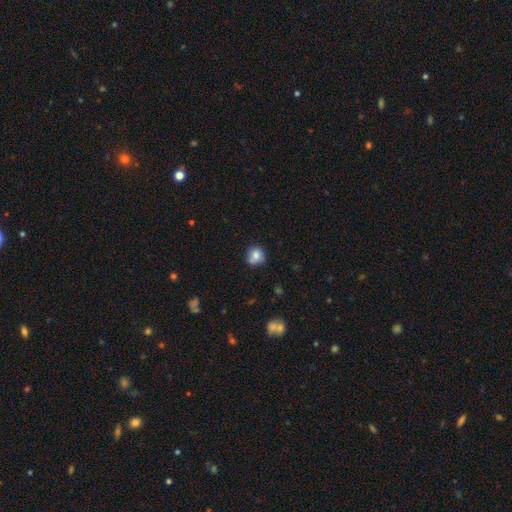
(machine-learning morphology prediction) A smooth galaxy with no disk features (78%) that is round (86%).

Vote fractions:
- Smooth or featured? smooth: 78% / featured or disk: 13% / star or artifact: 10%
- How rounded? round: 86% / in between: 13% / cigar-shaped: 1%
- Merging? none: 66% / minor disturbance: 21% / merger: 9% / major disturbance: 4%